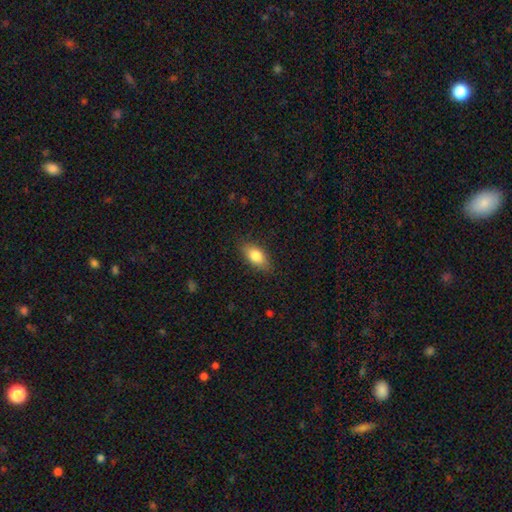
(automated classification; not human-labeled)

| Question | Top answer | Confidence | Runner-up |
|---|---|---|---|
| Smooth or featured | smooth | 81% | featured or disk (12%) |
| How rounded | in between | 87% | cigar-shaped (7%) |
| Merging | none | 84% | minor disturbance (13%) |